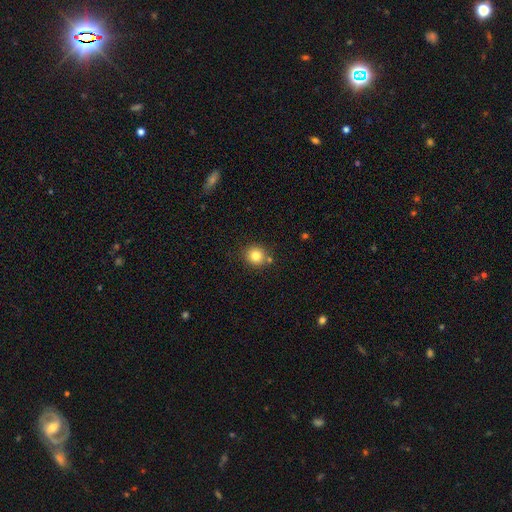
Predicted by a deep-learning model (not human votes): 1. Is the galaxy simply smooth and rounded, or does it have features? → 81% smooth, 12% star or artifact, 7% featured or disk.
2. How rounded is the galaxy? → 90% round, 9% in between, 1% cigar-shaped.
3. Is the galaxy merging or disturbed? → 81% none, 9% minor disturbance, 8% merger, 2% major disturbance.